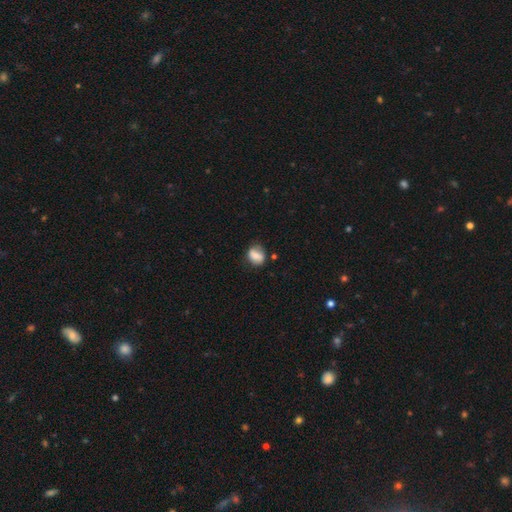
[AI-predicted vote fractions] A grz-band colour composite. It shows a smooth galaxy with no disk features (75%) that is round (50%). Merging: none (56%).